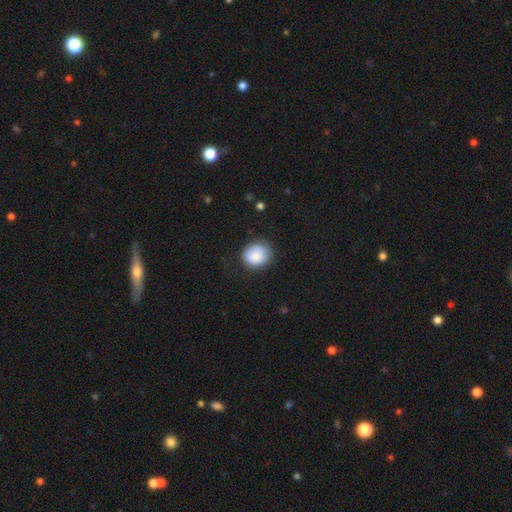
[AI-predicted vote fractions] The model was most divided on "how rounded": round: 73%, in between: 26%, cigar-shaped: 1%. More confident: smooth or featured — smooth (85%); merging — none (74%).